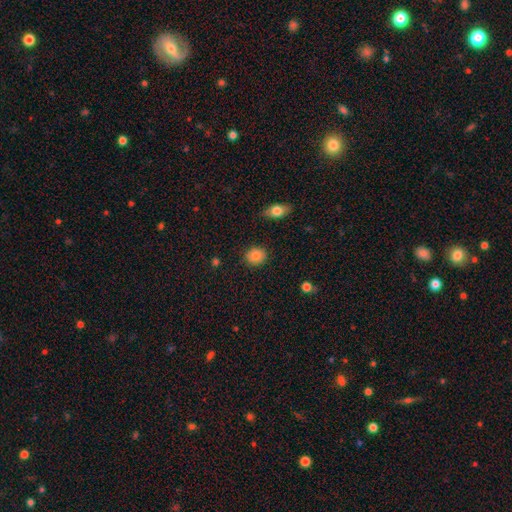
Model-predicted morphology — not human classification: smooth_or_featured: smooth (p=0.86) [alt: star or artifact p=0.09]
how_rounded: round (p=0.72) [alt: in between p=0.27]
merging: none (p=0.87) [alt: minor disturbance p=0.09]